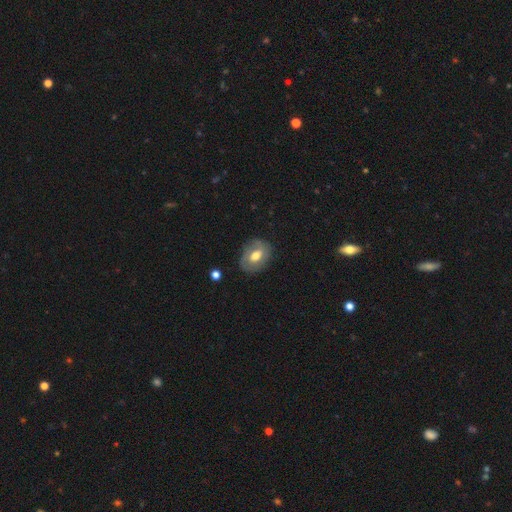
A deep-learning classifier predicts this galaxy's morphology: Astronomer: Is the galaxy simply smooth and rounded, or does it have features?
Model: smooth — 48% (runner-up: featured or disk, 45%).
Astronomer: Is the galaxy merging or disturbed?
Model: none — 76%.